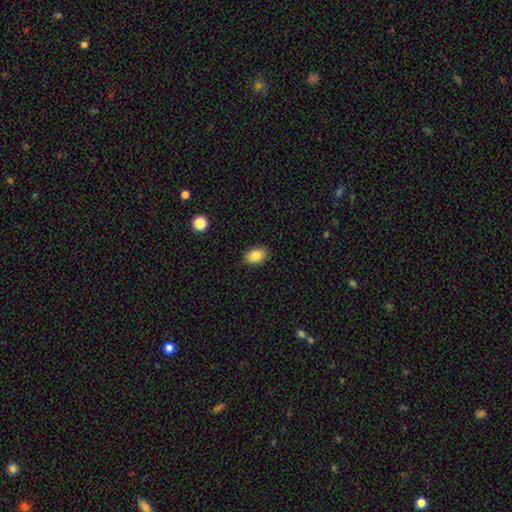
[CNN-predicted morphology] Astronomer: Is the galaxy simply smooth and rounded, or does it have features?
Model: smooth — 84%.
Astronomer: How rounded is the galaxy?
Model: in between — 81%.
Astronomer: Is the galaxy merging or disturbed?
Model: none — 88%.